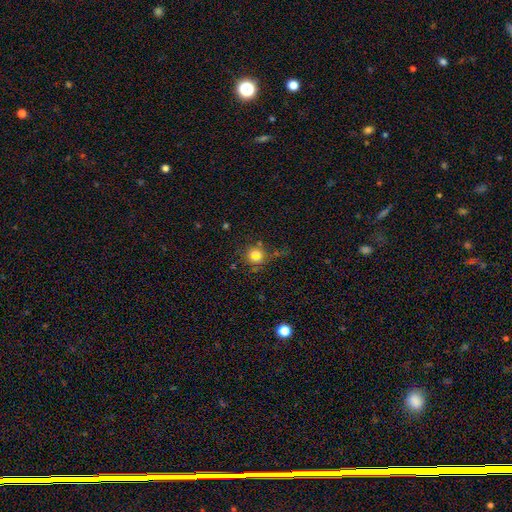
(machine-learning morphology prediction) A smooth galaxy with no disk features (70%) that is round (85%).

Vote fractions:
- Smooth or featured? smooth: 70% / star or artifact: 19% / featured or disk: 11%
- How rounded? round: 85% / in between: 14% / cigar-shaped: 1%
- Merging? none: 70% / minor disturbance: 15% / merger: 9% / major disturbance: 7%